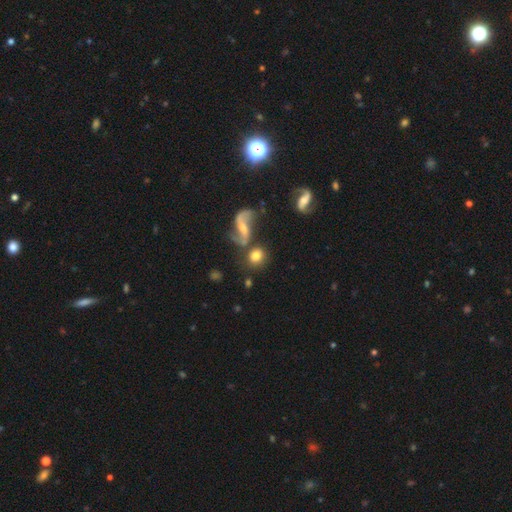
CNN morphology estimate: Smooth or featured?
  - smooth: 68% *
  - featured or disk: 23%
  - star or artifact: 9%
How rounded?
  - round: 77% *
  - in between: 21%
  - cigar-shaped: 2%
Merging?
  - none: 62% *
  - merger: 20%
  - minor disturbance: 12%
  - major disturbance: 6%